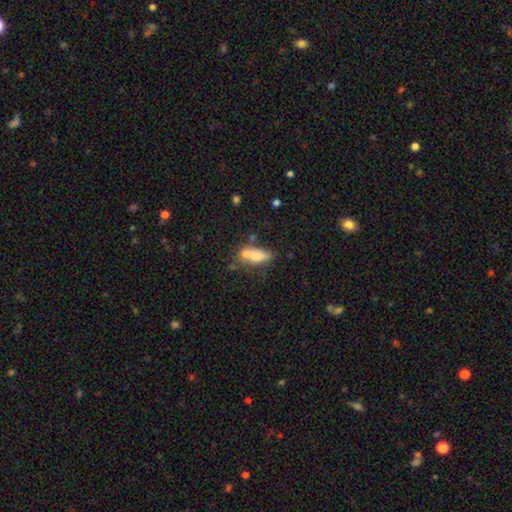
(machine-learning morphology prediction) This appears to be a smooth galaxy with no disk features (65%) that is in between round and cigar-shaped (74%). Merging: merger (43%).